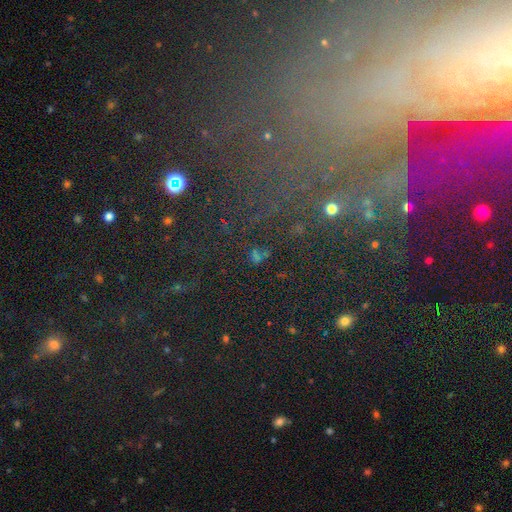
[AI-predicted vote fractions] A star or artifact, not a galaxy (59%).